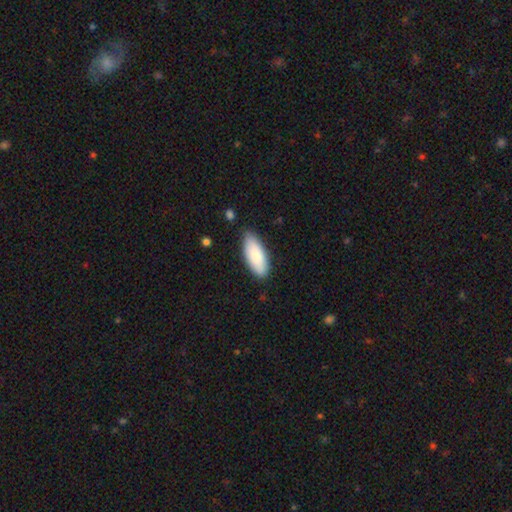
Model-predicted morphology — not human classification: Smooth or featured: smooth — 86% (featured or disk — 9%)
How rounded: in between — 80% (cigar-shaped — 18%)
Merging: none — 81% (minor disturbance — 15%)